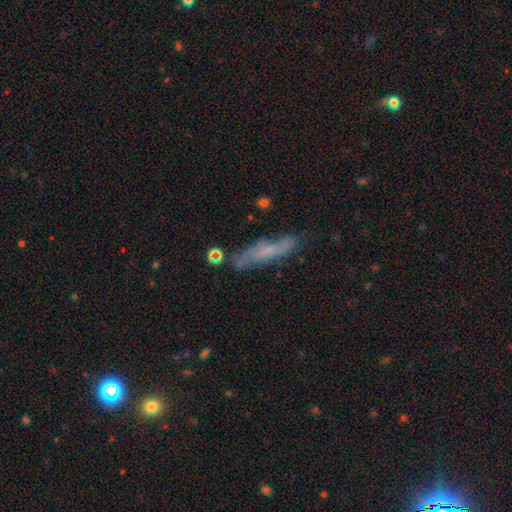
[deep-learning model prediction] smooth 45%, featured or disk 44%, star or artifact 11%. Down the decision tree: merging — none (73%).